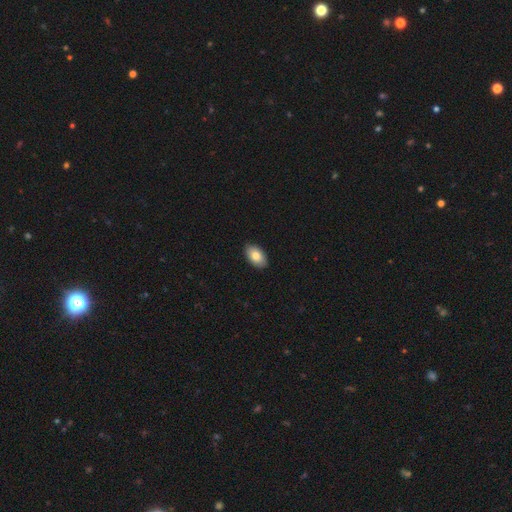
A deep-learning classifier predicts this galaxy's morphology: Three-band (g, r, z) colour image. It shows a smooth galaxy with no disk features (81%) that is in between round and cigar-shaped (94%). Merging: none (90%).